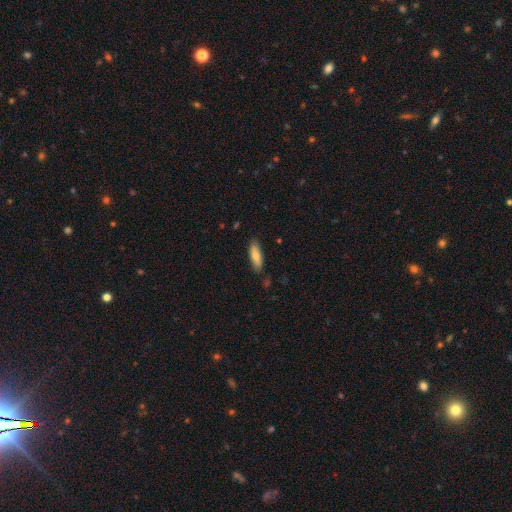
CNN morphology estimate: smooth 78%, featured or disk 16%, star or artifact 6%. Down the decision tree: how rounded — in between (53%); merging — none (84%).